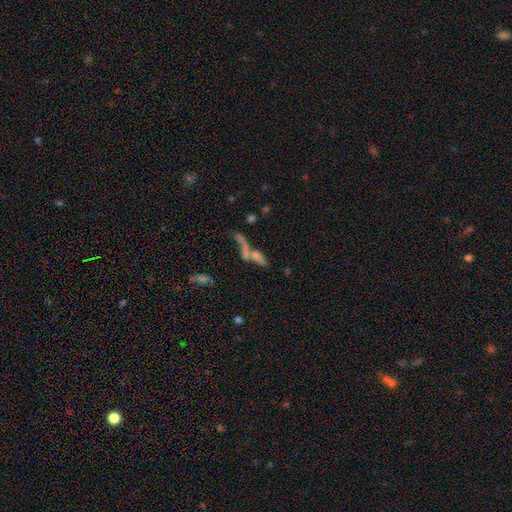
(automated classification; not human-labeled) Smooth or featured: smooth — 43% (featured or disk — 39%)
Merging: merger — 45% (none — 33%)